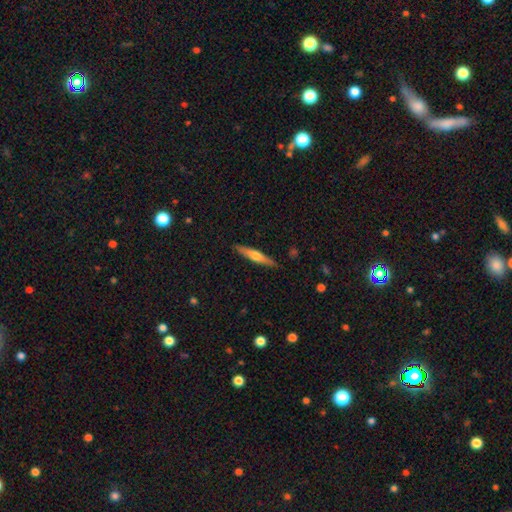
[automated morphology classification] Smooth or featured?
  - featured or disk: 52% *
  - smooth: 42%
  - star or artifact: 6%
Edge-on disk?
  - yes: 95% *
  - no: 5%
Merging?
  - none: 89% *
  - minor disturbance: 8%
  - major disturbance: 2%
  - merger: 1%